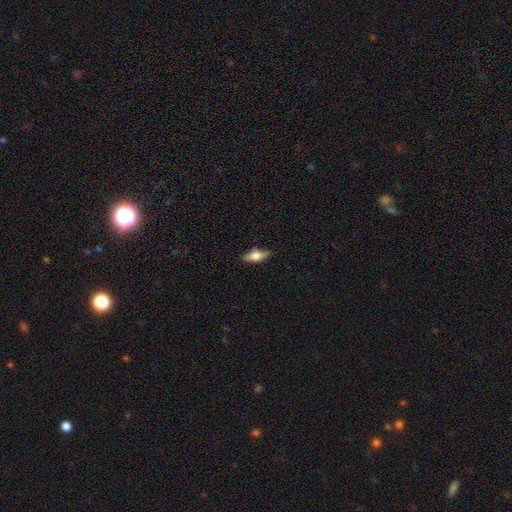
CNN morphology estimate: This appears to be a smooth galaxy with no disk features (59%) that is in between round and cigar-shaped (73%). Merging: none (81%).